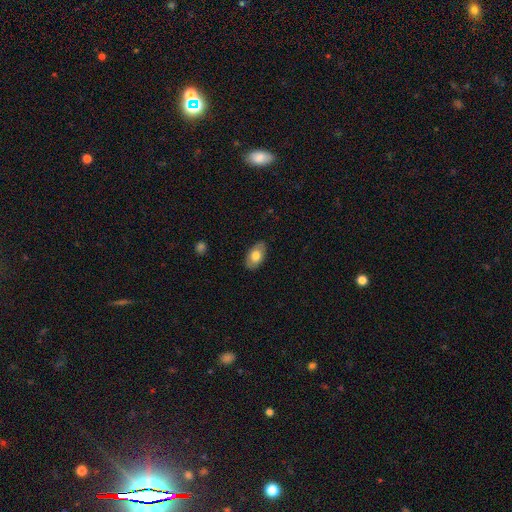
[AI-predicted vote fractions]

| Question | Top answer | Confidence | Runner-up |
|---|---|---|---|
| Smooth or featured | smooth | 72% | featured or disk (21%) |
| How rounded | in between | 93% | round (5%) |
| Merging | none | 86% | minor disturbance (11%) |